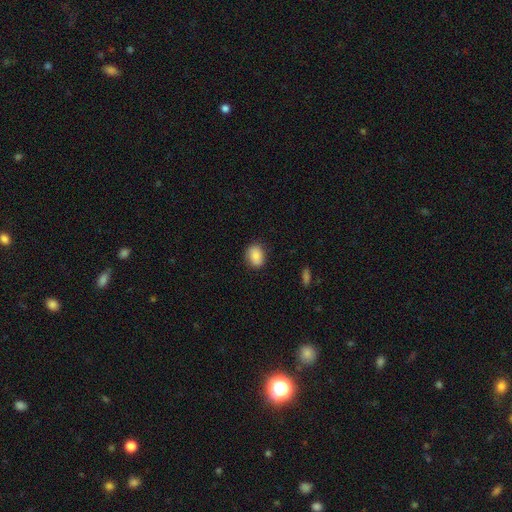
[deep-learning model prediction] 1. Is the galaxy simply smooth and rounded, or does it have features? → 86% smooth, 8% star or artifact, 6% featured or disk.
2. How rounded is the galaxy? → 60% in between, 39% round, 1% cigar-shaped.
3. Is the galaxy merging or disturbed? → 85% none, 12% minor disturbance, 3% major disturbance, 1% merger.